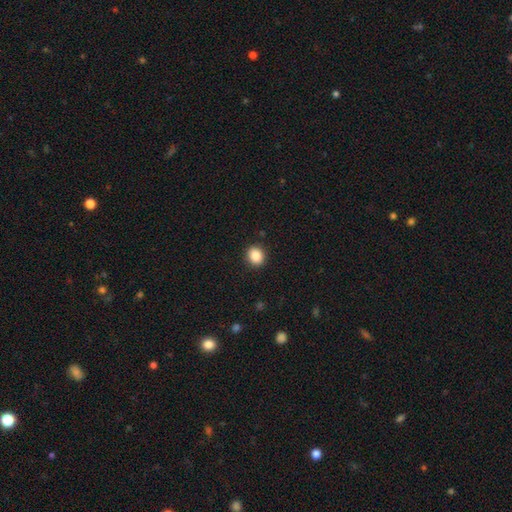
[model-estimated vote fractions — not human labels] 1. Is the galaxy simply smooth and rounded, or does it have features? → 87% smooth, 9% star or artifact, 4% featured or disk.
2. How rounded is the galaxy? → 74% round, 26% in between, 1% cigar-shaped.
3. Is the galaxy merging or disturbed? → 91% none, 6% minor disturbance, 2% major disturbance, 1% merger.